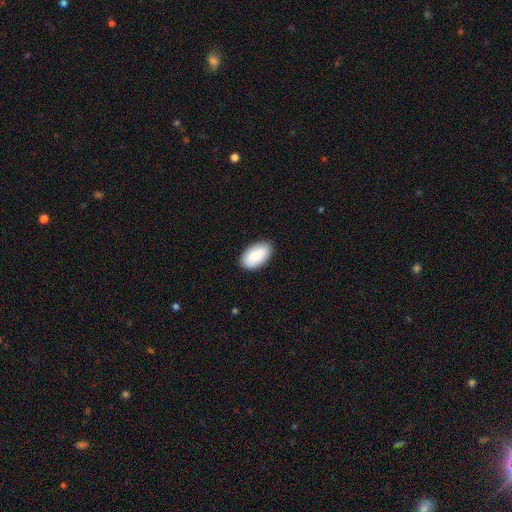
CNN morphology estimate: The model was most divided on "merging": none: 88%, minor disturbance: 9%, major disturbance: 2%, merger: 1%. More confident: how rounded — in between (96%); smooth or featured — smooth (88%).